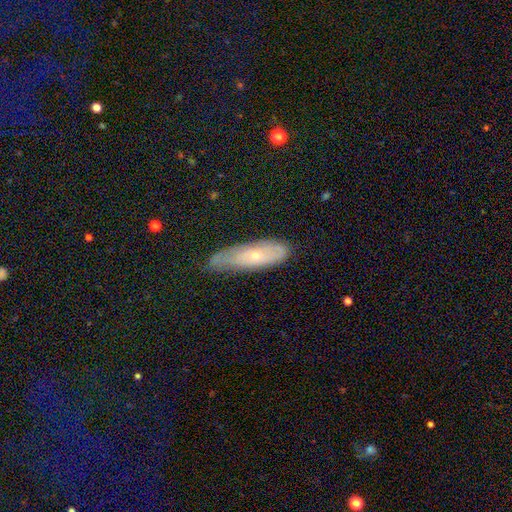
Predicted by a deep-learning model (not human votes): A featured or disk galaxy (47%).

Vote fractions:
- Smooth or featured? featured or disk: 47% / smooth: 45% / star or artifact: 7%
- Merging? none: 52% / minor disturbance: 36% / major disturbance: 10% / merger: 2%